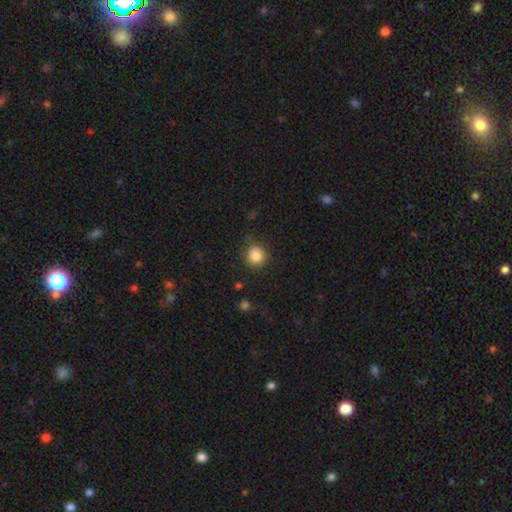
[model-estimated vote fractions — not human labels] Smooth or featured?
  - smooth: 86% *
  - star or artifact: 10%
  - featured or disk: 4%
How rounded?
  - round: 91% *
  - in between: 8%
  - cigar-shaped: 1%
Merging?
  - none: 84% *
  - minor disturbance: 11%
  - major disturbance: 4%
  - merger: 2%